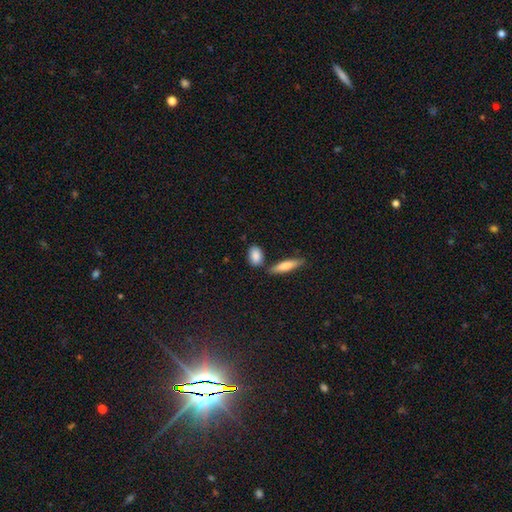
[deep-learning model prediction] Smooth or featured?
  - smooth: 85% *
  - featured or disk: 8%
  - star or artifact: 7%
How rounded?
  - in between: 81% *
  - round: 11%
  - cigar-shaped: 8%
Merging?
  - none: 72% *
  - minor disturbance: 14%
  - merger: 11%
  - major disturbance: 3%